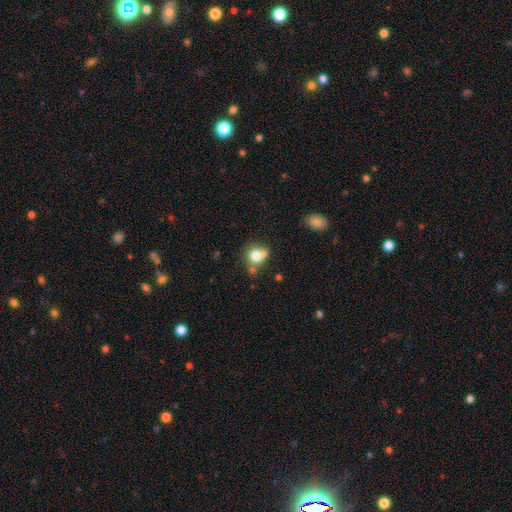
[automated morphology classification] Smooth or featured? smooth (76%)
How rounded? round (67%)
Merging? none (42%)